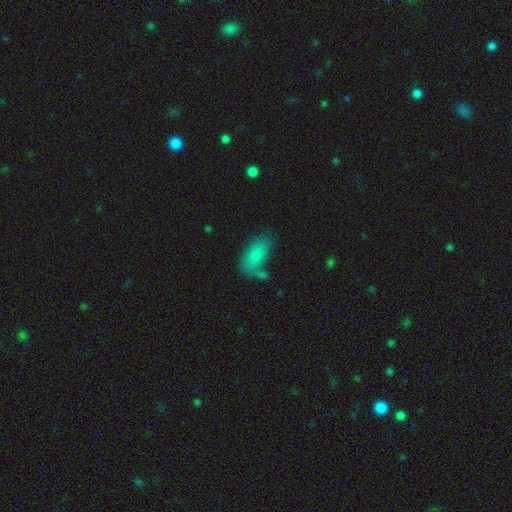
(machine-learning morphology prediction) smooth-or-featured: smooth: 82% | featured or disk: 10% | star or artifact: 8%
  how-rounded: in between: 92% | cigar-shaped: 5% | round: 4%
  merging: none: 56% | minor disturbance: 22% | merger: 13% | major disturbance: 9%